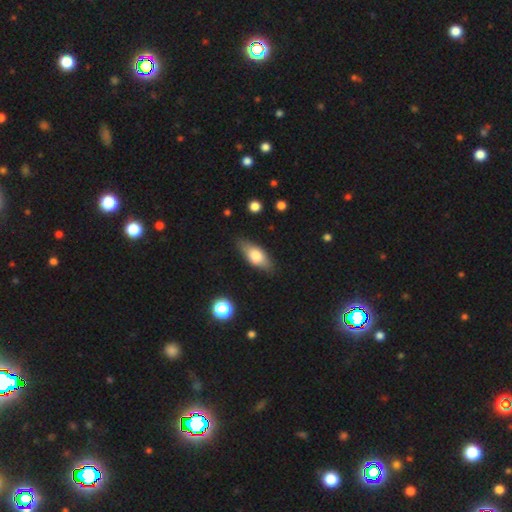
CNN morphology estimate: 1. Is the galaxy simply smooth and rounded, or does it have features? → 70% smooth, 24% featured or disk, 7% star or artifact.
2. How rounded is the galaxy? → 80% in between, 16% cigar-shaped, 4% round.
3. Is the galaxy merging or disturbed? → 81% none, 15% minor disturbance, 3% major disturbance, 1% merger.